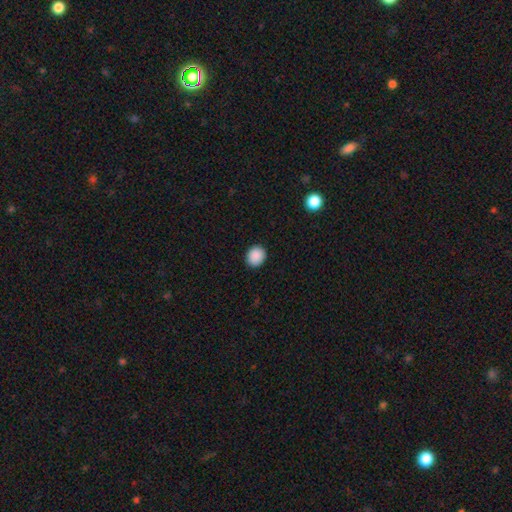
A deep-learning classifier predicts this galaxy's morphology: Smooth or featured?
  - smooth: 89% *
  - star or artifact: 9%
  - featured or disk: 2%
How rounded?
  - round: 80% *
  - in between: 20%
  - cigar-shaped: 1%
Merging?
  - none: 91% *
  - minor disturbance: 6%
  - major disturbance: 2%
  - merger: 1%